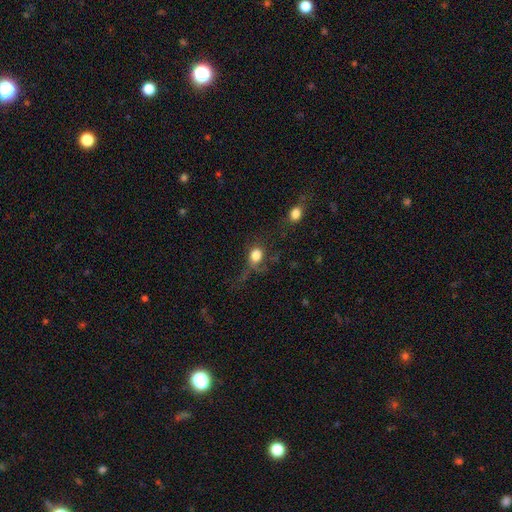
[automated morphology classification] type=smooth (74%); roundness=round (64%); merging=major disturbance (38%).